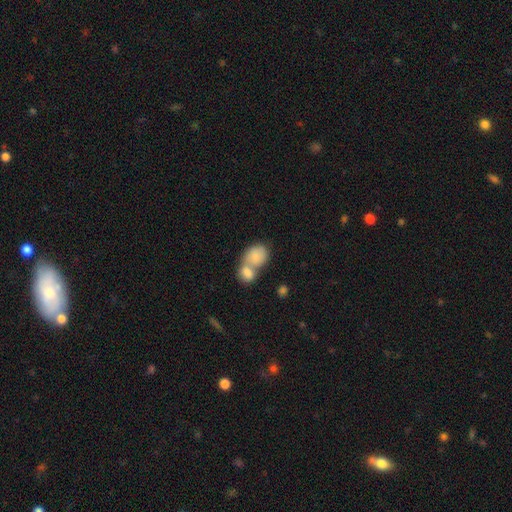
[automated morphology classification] A smooth galaxy with no disk features (82%) that is in between round and cigar-shaped (63%). Merging: merger (73%).